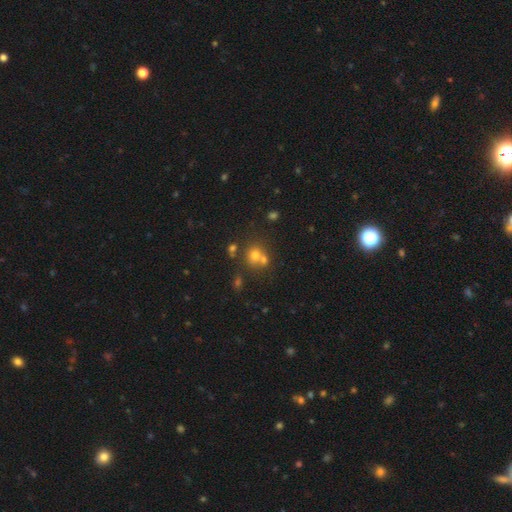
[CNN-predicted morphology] This is likely a smooth galaxy (63%). How rounded: clearly round (80%). Merging: possibly none (48%).